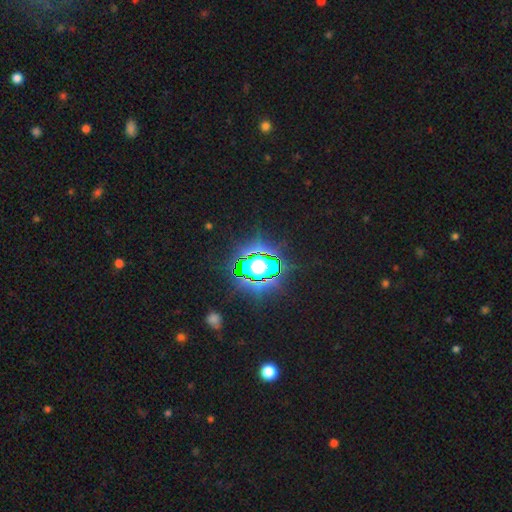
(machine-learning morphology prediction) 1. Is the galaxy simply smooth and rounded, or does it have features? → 82% star or artifact, 11% smooth, 7% featured or disk.